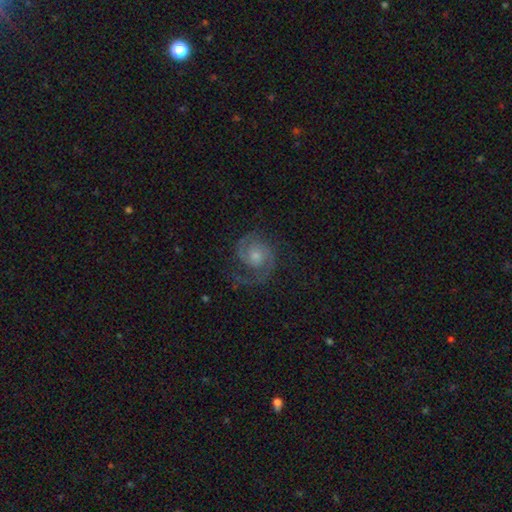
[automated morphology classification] type=featured or disk (88%); edge-on=no (98%); bar=no (69%); spiral arms=yes (98%); winding=medium (47%); arm count=2 (86%); bulge=small (48%); merging=none (74%).